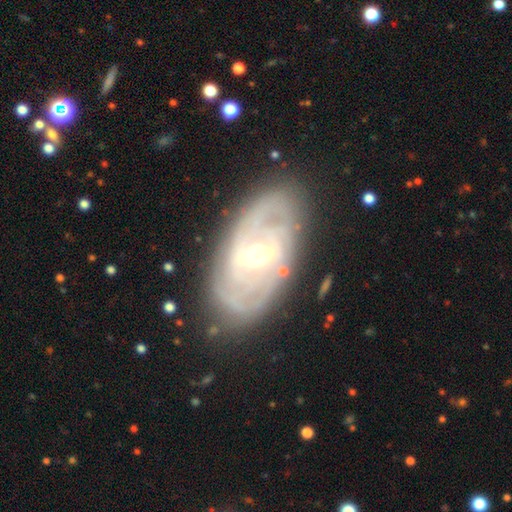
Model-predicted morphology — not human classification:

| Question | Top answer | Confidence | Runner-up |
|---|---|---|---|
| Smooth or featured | featured or disk | 82% | smooth (12%) |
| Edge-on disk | no | 92% | yes (8%) |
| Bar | weak | 45% | strong (39%) |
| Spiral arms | yes | 82% | no (18%) |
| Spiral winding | tight | 63% | medium (26%) |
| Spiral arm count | can't tell | 43% | 2 (34%) |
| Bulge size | moderate | 69% | small (20%) |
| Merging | none | 79% | minor disturbance (14%) |